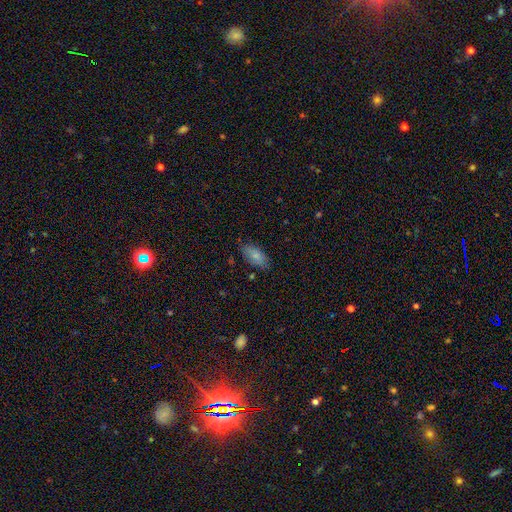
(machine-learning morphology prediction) smooth_or_featured: smooth (p=0.82) [alt: featured or disk p=0.11]
how_rounded: in between (p=0.90) [alt: cigar-shaped p=0.07]
merging: none (p=0.80) [alt: minor disturbance p=0.15]